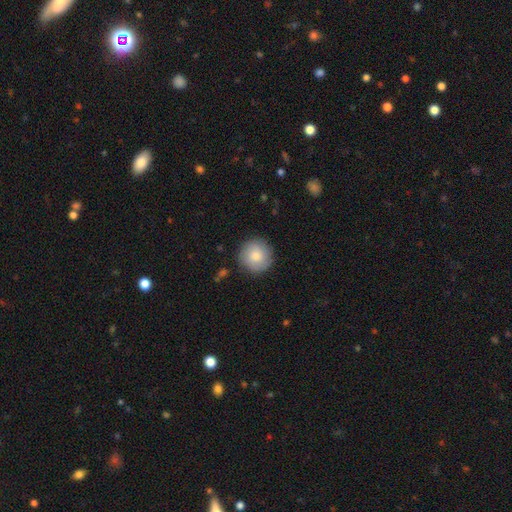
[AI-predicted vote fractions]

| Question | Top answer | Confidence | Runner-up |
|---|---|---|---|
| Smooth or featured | smooth | 77% | featured or disk (16%) |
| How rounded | round | 95% | in between (4%) |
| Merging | none | 88% | minor disturbance (8%) |